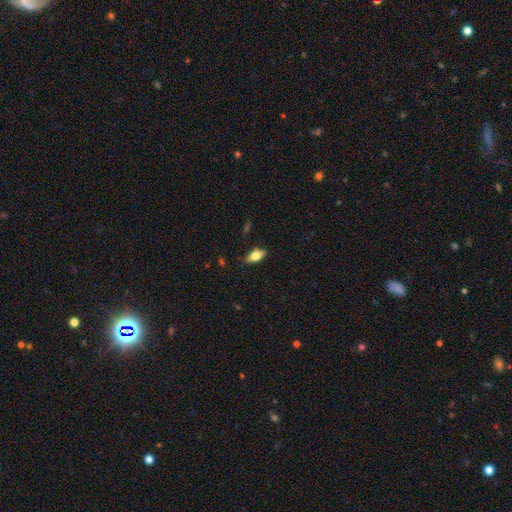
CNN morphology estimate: type=smooth (71%); roundness=in between (85%); merging=none (82%).